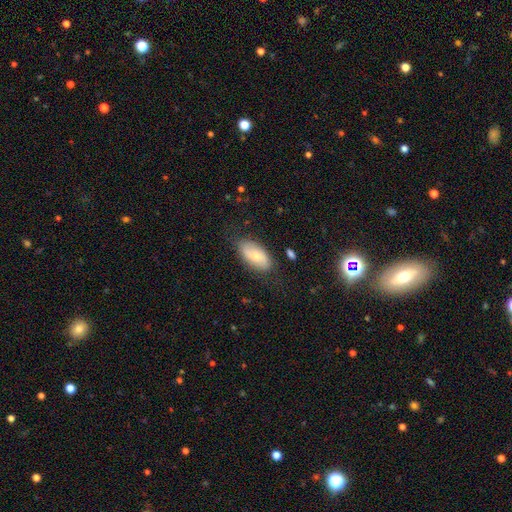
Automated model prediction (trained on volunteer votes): Smooth or featured: smooth — 67% (featured or disk — 27%)
How rounded: in between — 93% (cigar-shaped — 4%)
Merging: none — 79% (minor disturbance — 16%)